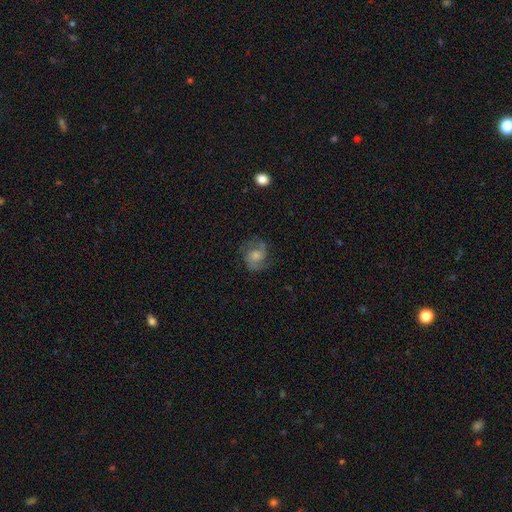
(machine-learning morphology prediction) Smooth or featured? featured or disk (63%)
Edge-on disk? no (97%)
Bar? no (65%)
Spiral arms? yes (91%)
Spiral winding? medium (51%)
Spiral arm count? 2 (78%)
Bulge size? moderate (41%)
Merging? none (70%)